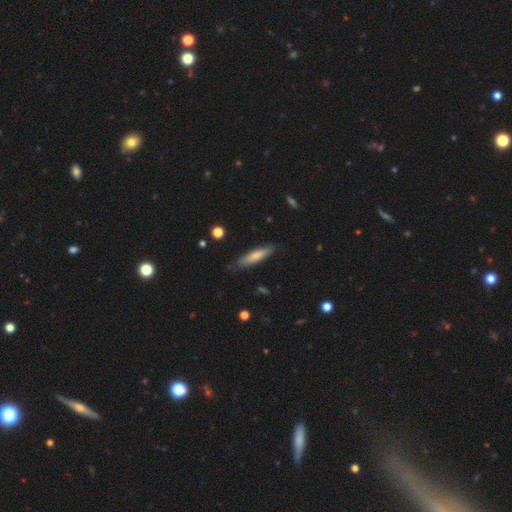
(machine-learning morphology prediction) smooth-or-featured: smooth: 72% | featured or disk: 22% | star or artifact: 6%
  how-rounded: cigar-shaped: 79% | in between: 20% | round: 1%
  merging: none: 83% | minor disturbance: 13% | major disturbance: 2% | merger: 1%